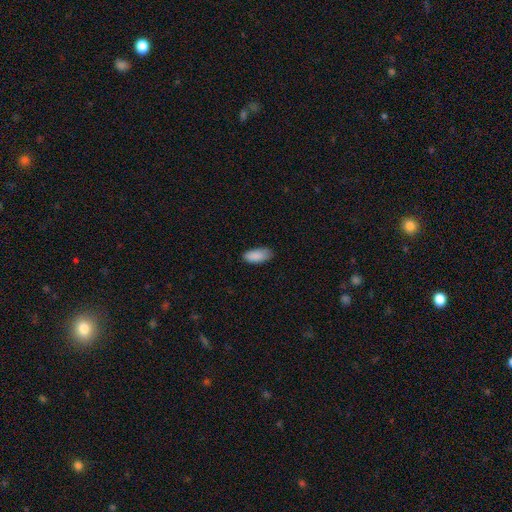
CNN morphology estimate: Smooth or featured? smooth (89%)
How rounded? in between (91%)
Merging? none (72%)